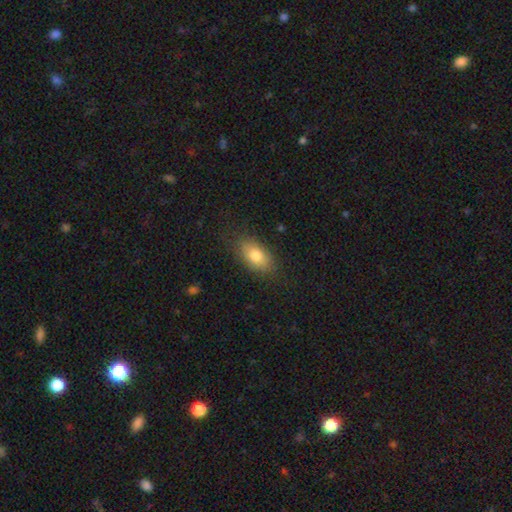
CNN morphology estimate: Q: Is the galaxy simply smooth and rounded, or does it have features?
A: smooth — 80%.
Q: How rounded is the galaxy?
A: in between — 89%.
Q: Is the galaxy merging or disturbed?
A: none — 81%.